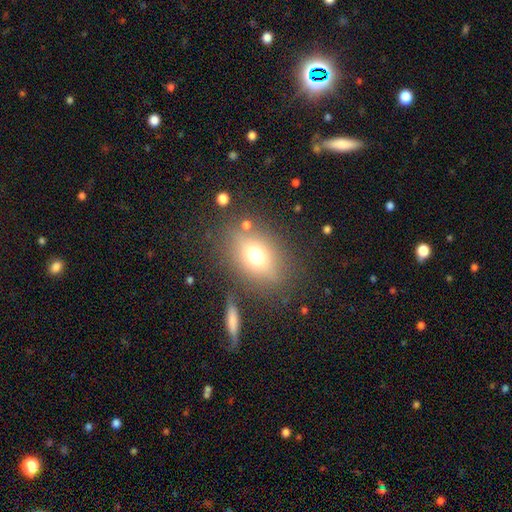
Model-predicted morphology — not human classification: Smooth or featured?
  - smooth: 66% *
  - featured or disk: 18%
  - star or artifact: 16%
How rounded?
  - in between: 58% *
  - round: 39%
  - cigar-shaped: 3%
Merging?
  - none: 77% *
  - minor disturbance: 11%
  - major disturbance: 6%
  - merger: 6%